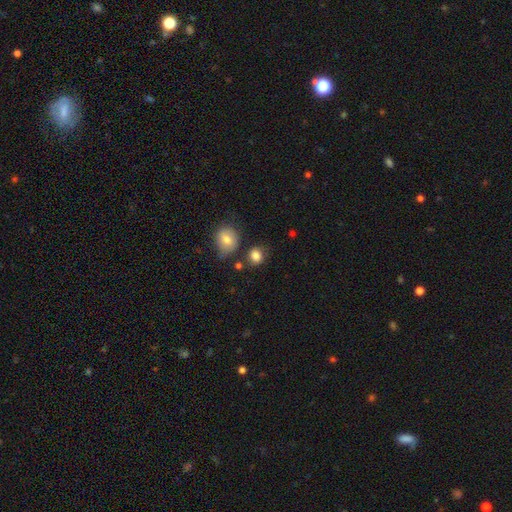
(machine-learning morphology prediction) Smooth or featured: smooth — 83% (star or artifact — 10%)
How rounded: round — 69% (in between — 30%)
Merging: none — 69% (minor disturbance — 17%)